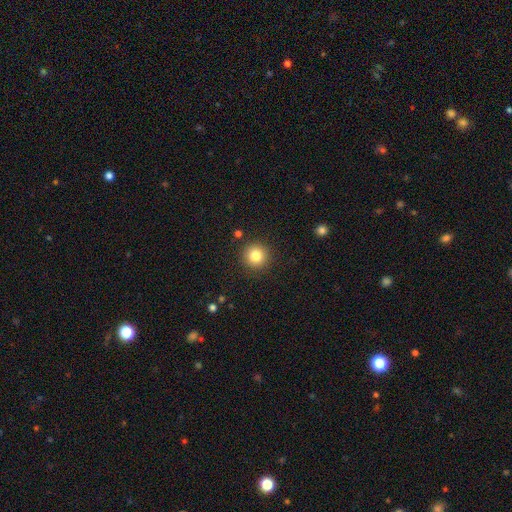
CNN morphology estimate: A smooth galaxy with no disk features (82%) that is round (95%).

Vote fractions:
- Smooth or featured? smooth: 82% / star or artifact: 11% / featured or disk: 7%
- How rounded? round: 95% / in between: 4% / cigar-shaped: 1%
- Merging? none: 90% / minor disturbance: 6% / major disturbance: 2% / merger: 2%